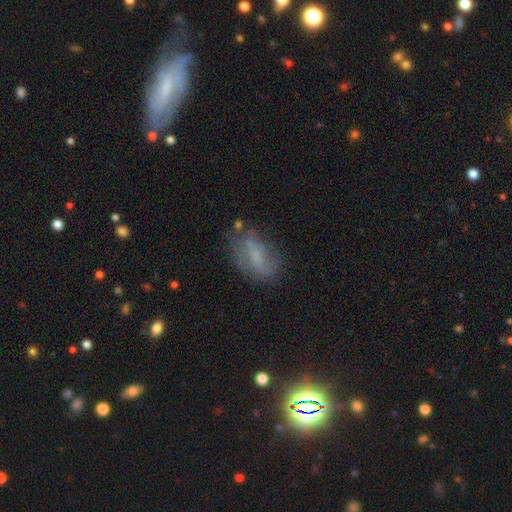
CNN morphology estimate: Overall: smooth (53%; featured or disk 36%). How rounded: in between (84%). Merging: none (58%; minor disturbance 26%).